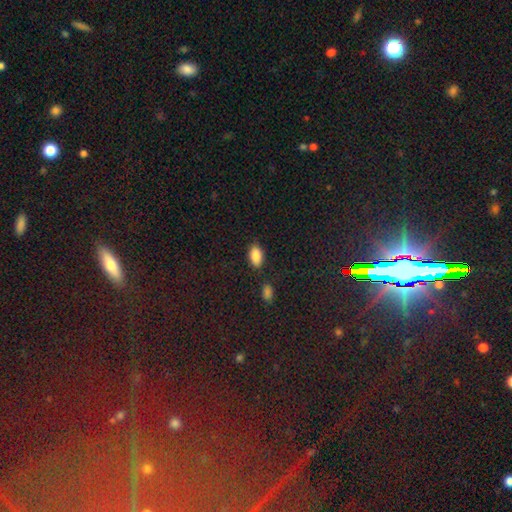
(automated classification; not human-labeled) Smooth or featured: smooth — 87% (star or artifact — 8%)
How rounded: in between — 92% (round — 5%)
Merging: none — 82% (minor disturbance — 12%)